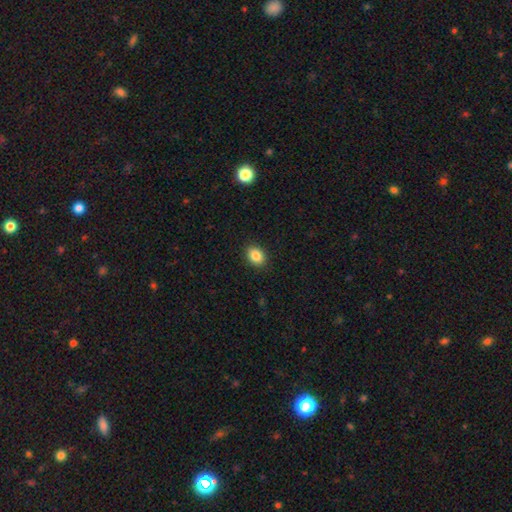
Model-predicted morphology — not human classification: This appears to be a smooth galaxy with no disk features (86%) that is in between round and cigar-shaped (66%). Merging: none (90%).